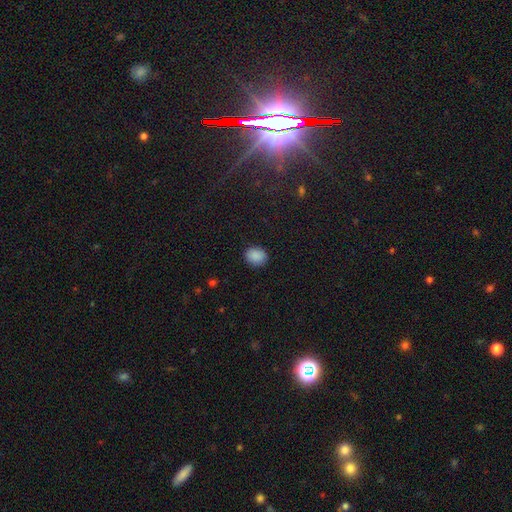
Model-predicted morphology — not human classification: smooth-or-featured: smooth: 89% | star or artifact: 8% | featured or disk: 3%
  how-rounded: round: 60% | in between: 39% | cigar-shaped: 1%
  merging: none: 88% | minor disturbance: 9% | major disturbance: 2% | merger: 1%